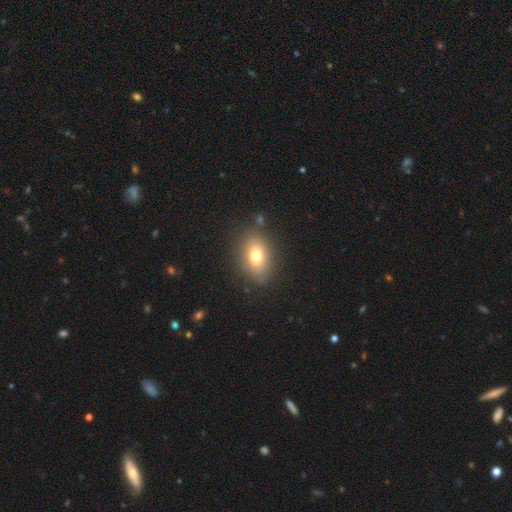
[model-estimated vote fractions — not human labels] Smooth or featured?
  - smooth: 72% *
  - featured or disk: 17%
  - star or artifact: 11%
How rounded?
  - in between: 79% *
  - round: 19%
  - cigar-shaped: 2%
Merging?
  - none: 82% *
  - minor disturbance: 12%
  - major disturbance: 4%
  - merger: 2%